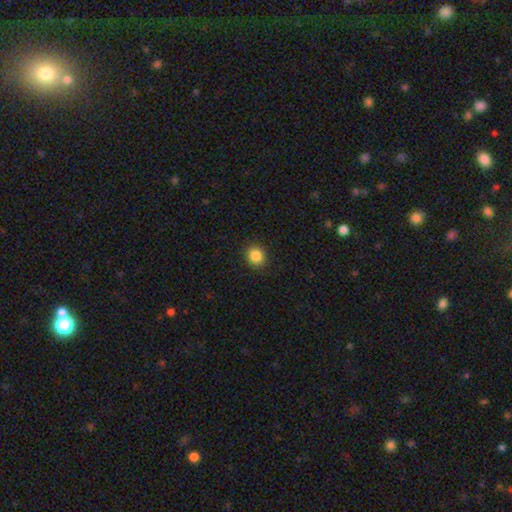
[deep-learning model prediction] smooth 86%, star or artifact 10%, featured or disk 4%. Down the decision tree: how rounded — round (81%); merging — none (91%).